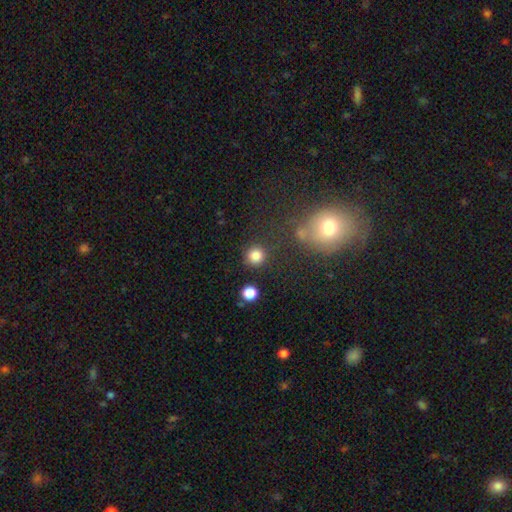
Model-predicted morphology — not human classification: Smooth or featured?
  - smooth: 83% *
  - star or artifact: 13%
  - featured or disk: 5%
How rounded?
  - round: 93% *
  - in between: 6%
  - cigar-shaped: 1%
Merging?
  - none: 84% *
  - minor disturbance: 8%
  - merger: 4%
  - major disturbance: 3%